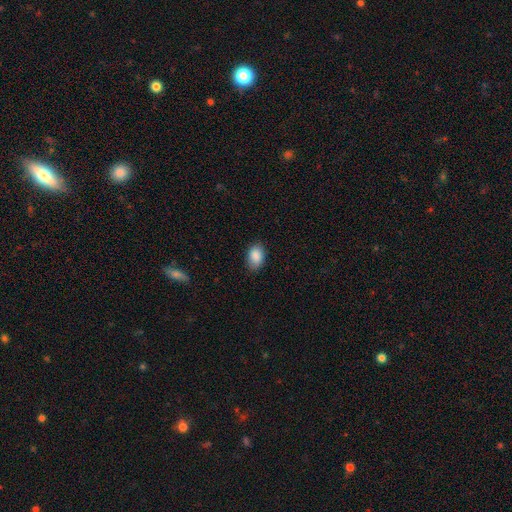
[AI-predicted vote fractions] This appears to be a smooth galaxy with no disk features (89%) that is in between round and cigar-shaped (87%). Merging: none (84%).